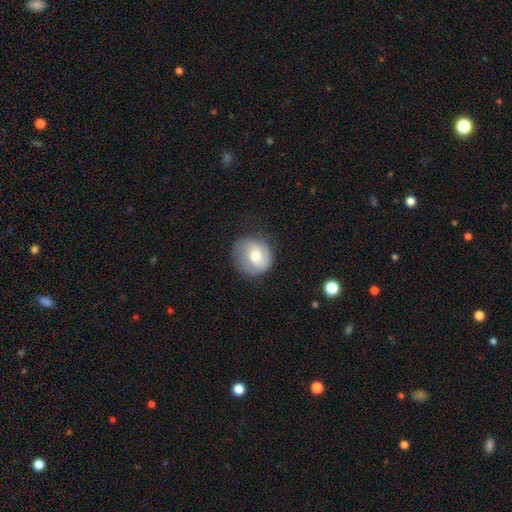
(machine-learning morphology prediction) Smooth or featured: smooth — 54% (featured or disk — 38%)
How rounded: round — 84% (in between — 15%)
Merging: none — 70% (minor disturbance — 21%)